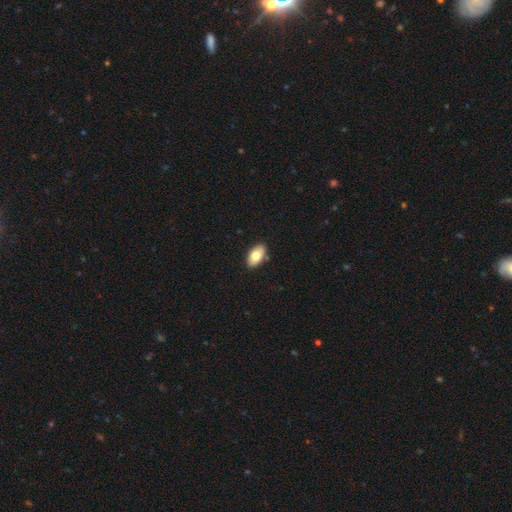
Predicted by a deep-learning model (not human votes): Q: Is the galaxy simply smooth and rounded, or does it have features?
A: smooth — 76%.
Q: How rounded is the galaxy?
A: in between — 93%.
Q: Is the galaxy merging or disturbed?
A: none — 87%.